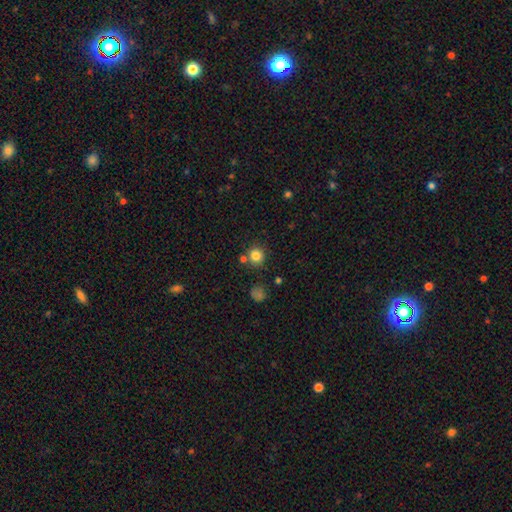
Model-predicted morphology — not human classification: A smooth galaxy with no disk features (82%) that is round (91%). Merging: none (77%).